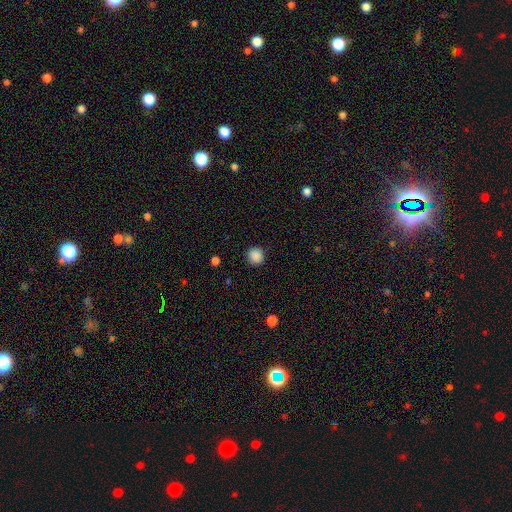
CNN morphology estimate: A smooth galaxy with no disk features (88%) that is round (90%). Merging: none (89%).